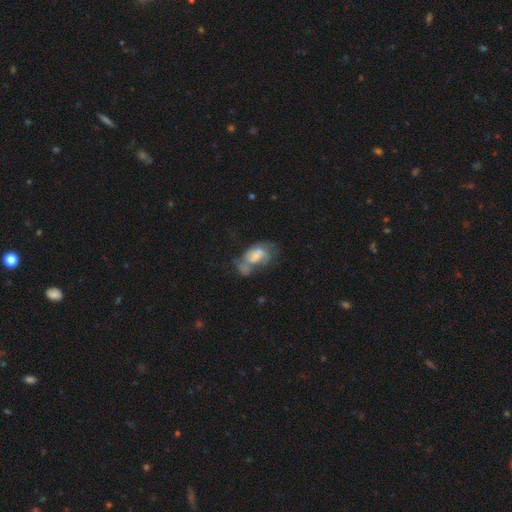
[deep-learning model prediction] The model was most divided on "smooth or featured": smooth: 49%, featured or disk: 42%, star or artifact: 9%. Remaining: merging — merger (46%).